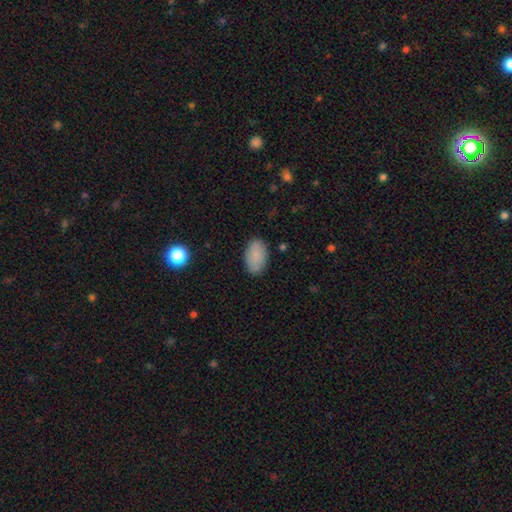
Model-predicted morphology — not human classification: This appears to be a smooth galaxy with no disk features (86%) that is in between round and cigar-shaped (93%). Merging: none (85%).